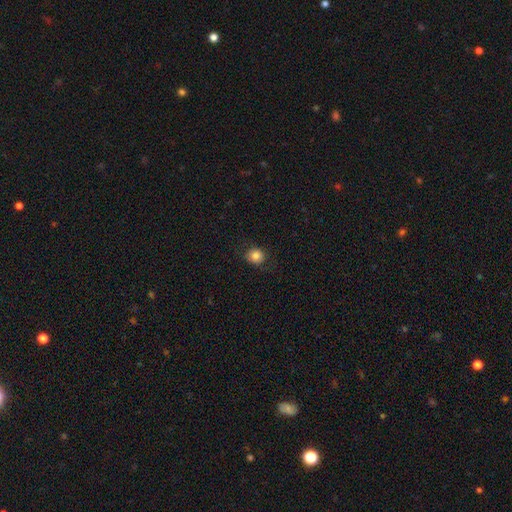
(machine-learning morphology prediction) Smooth or featured? Predicted: smooth (p=0.83). How rounded? Predicted: round (p=0.79). Merging? Predicted: none (p=0.82).